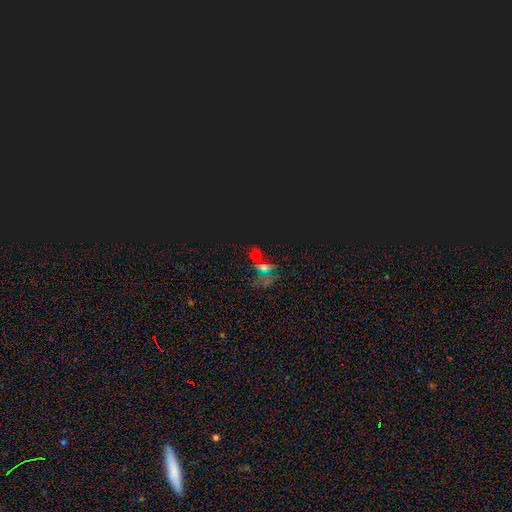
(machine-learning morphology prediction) star or artifact 63%, smooth 26%, featured or disk 10%.